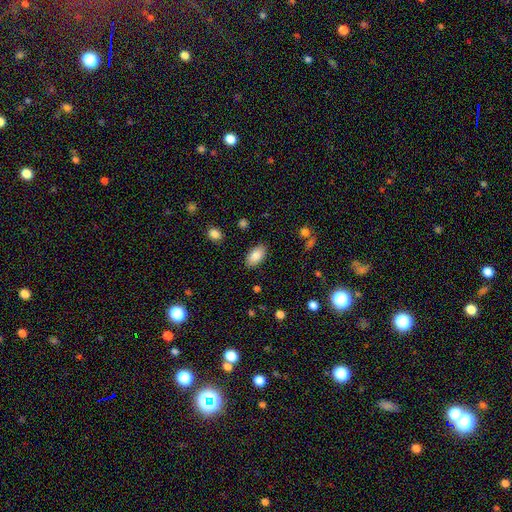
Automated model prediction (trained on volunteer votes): This appears to be a smooth galaxy with no disk features (84%) that is in between round and cigar-shaped (94%). Merging: none (86%).